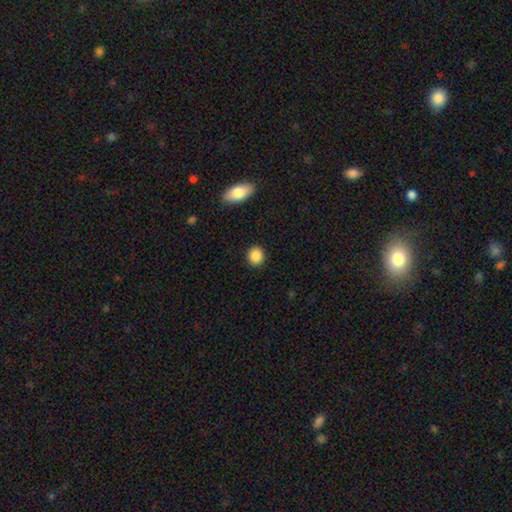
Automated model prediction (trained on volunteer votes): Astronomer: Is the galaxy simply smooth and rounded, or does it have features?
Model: smooth — 88%.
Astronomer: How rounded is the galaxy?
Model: round — 78%.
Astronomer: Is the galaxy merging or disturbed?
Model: none — 90%.